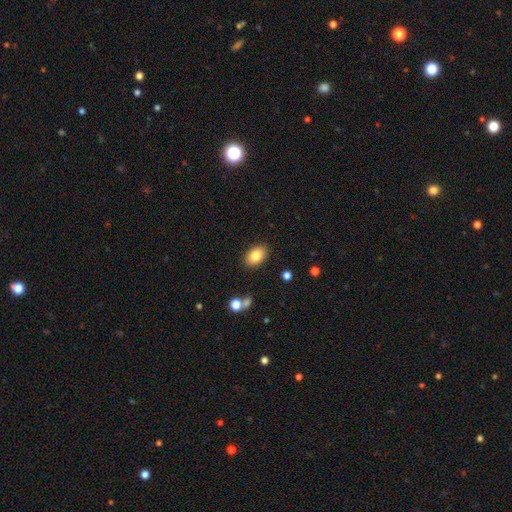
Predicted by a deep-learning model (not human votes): Q: Smooth or featured?
A: smooth (83%); runner-up: featured or disk (8%)
Q: How rounded?
A: in between (87%); runner-up: round (12%)
Q: Merging?
A: none (87%); runner-up: minor disturbance (9%)